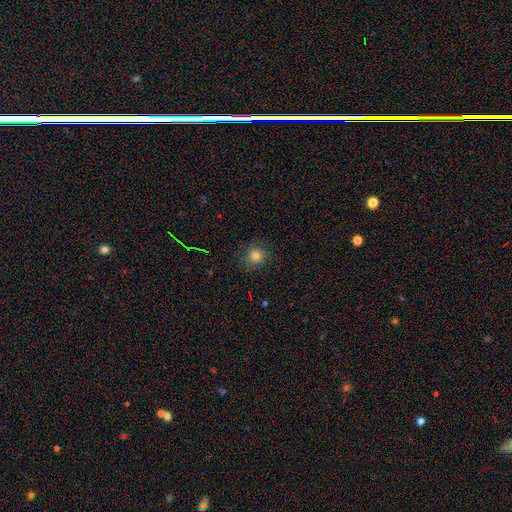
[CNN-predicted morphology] Smooth or featured: smooth — 79% (star or artifact — 15%)
How rounded: round — 87% (in between — 12%)
Merging: none — 85% (minor disturbance — 11%)